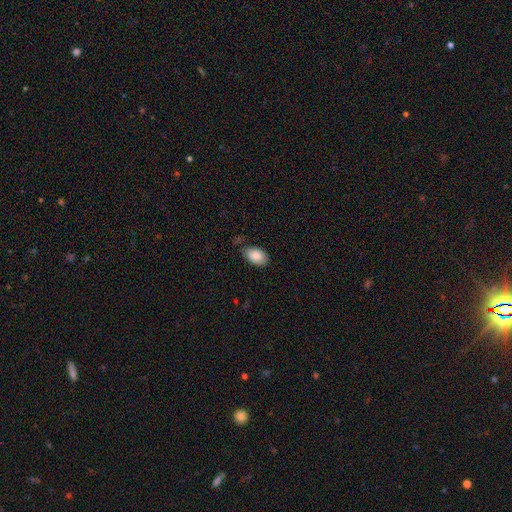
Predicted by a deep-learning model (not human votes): smooth 86%, featured or disk 7%, star or artifact 7%. Down the decision tree: how rounded — in between (92%); merging — none (67%).